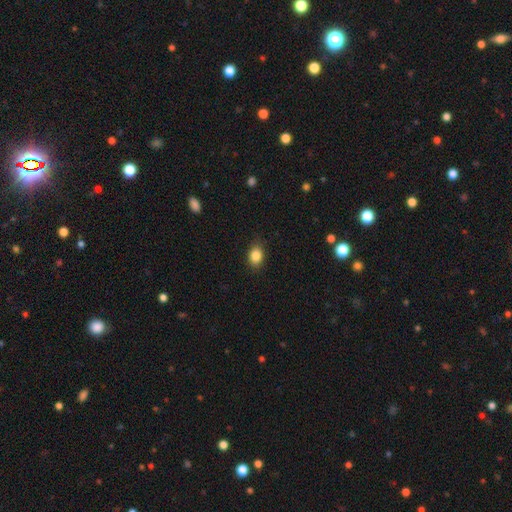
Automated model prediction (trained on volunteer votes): Smooth or featured?
  - smooth: 86% *
  - star or artifact: 9%
  - featured or disk: 5%
How rounded?
  - in between: 70% *
  - round: 29%
  - cigar-shaped: 1%
Merging?
  - none: 85% *
  - minor disturbance: 11%
  - major disturbance: 3%
  - merger: 1%